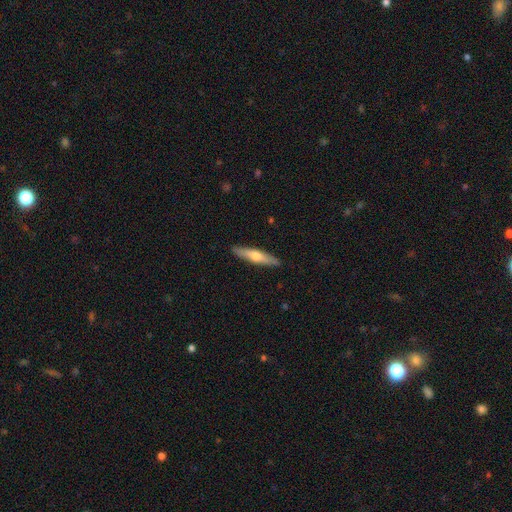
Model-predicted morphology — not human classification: Smooth or featured?
  - featured or disk: 48% *
  - smooth: 47%
  - star or artifact: 5%
Merging?
  - none: 90% *
  - minor disturbance: 7%
  - major disturbance: 2%
  - merger: 1%